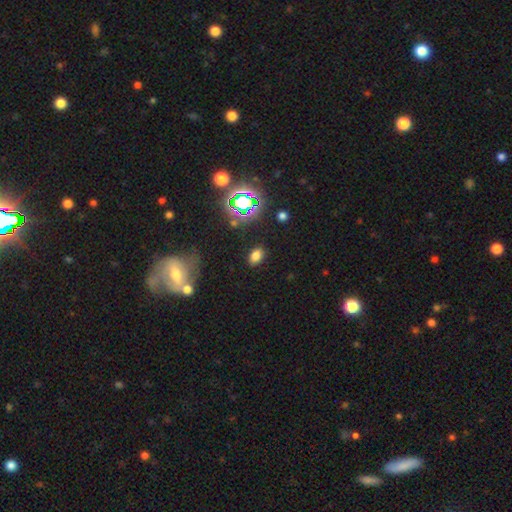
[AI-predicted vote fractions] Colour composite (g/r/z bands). It shows a smooth galaxy with no disk features (71%) that is in between round and cigar-shaped (82%). Merging: none (86%).